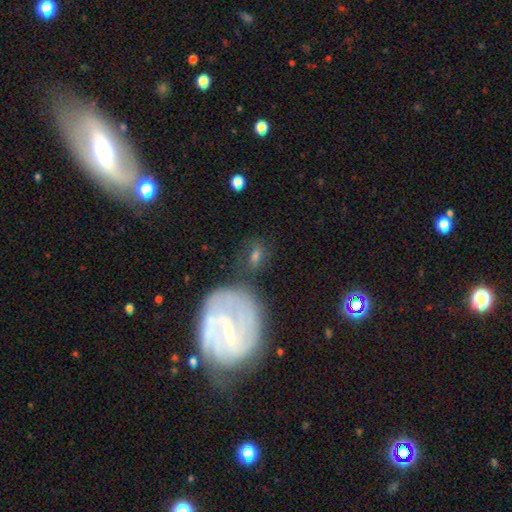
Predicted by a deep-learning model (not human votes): Smooth or featured: smooth — 44% (tied with featured or disk — 44%)
Merging: none — 57% (minor disturbance — 20%)